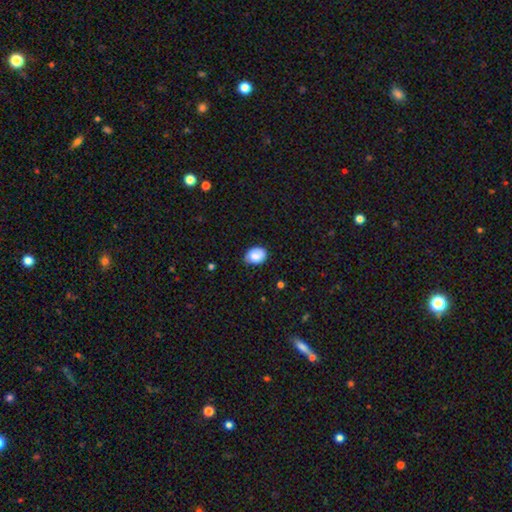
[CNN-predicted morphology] Smooth or featured?
  - smooth: 84% *
  - featured or disk: 8%
  - star or artifact: 8%
How rounded?
  - in between: 67% *
  - round: 32%
  - cigar-shaped: 1%
Merging?
  - none: 69% *
  - minor disturbance: 26%
  - major disturbance: 4%
  - merger: 1%